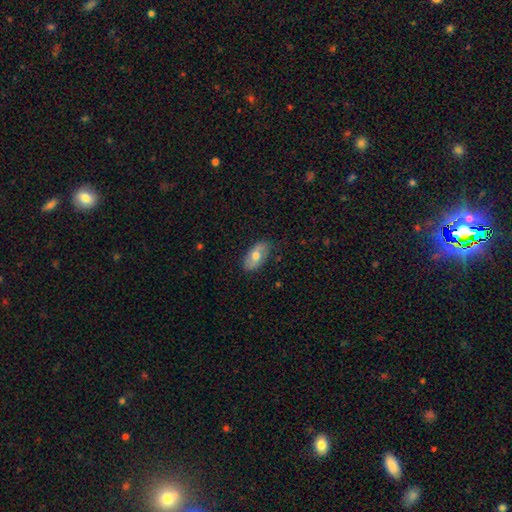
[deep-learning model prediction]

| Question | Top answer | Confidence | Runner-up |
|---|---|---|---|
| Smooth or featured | smooth | 61% | featured or disk (32%) |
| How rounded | in between | 92% | round (5%) |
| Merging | none | 75% | minor disturbance (20%) |